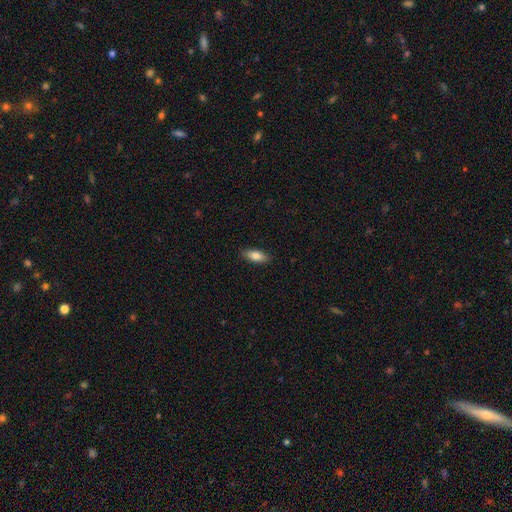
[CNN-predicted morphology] Smooth or featured? smooth (82%)
How rounded? in between (79%)
Merging? none (88%)